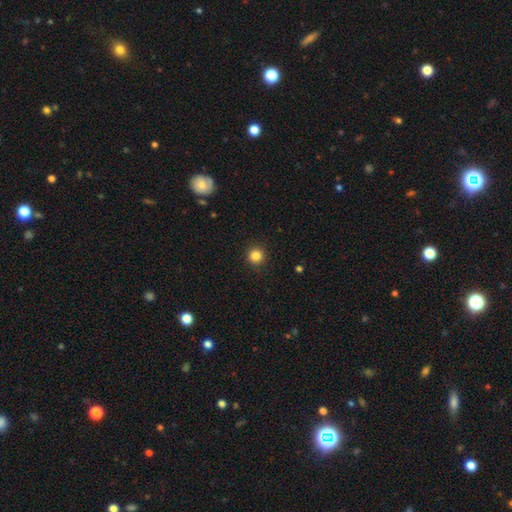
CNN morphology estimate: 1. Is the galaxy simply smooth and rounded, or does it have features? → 84% smooth, 12% star or artifact, 4% featured or disk.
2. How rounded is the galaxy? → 95% round, 4% in between, 1% cigar-shaped.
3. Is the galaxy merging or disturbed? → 93% none, 5% minor disturbance, 2% major disturbance, 1% merger.